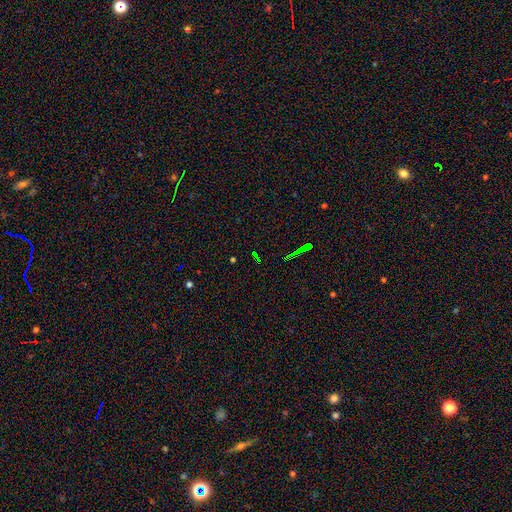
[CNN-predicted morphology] This is likely a star or artifact rather than a galaxy (75%).